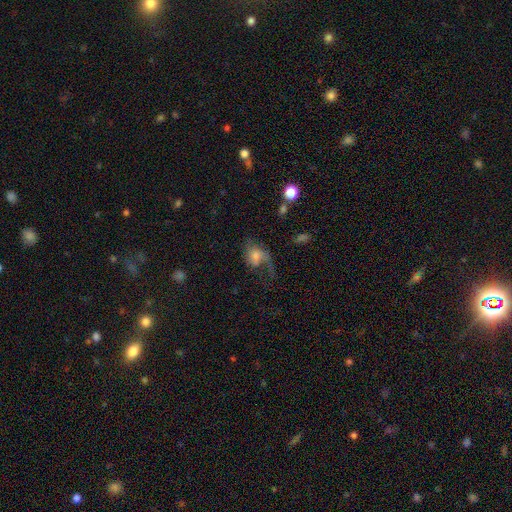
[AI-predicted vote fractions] smooth_or_featured: featured or disk (p=0.46) [alt: smooth p=0.43]
merging: major disturbance (p=0.47) [alt: none p=0.28]